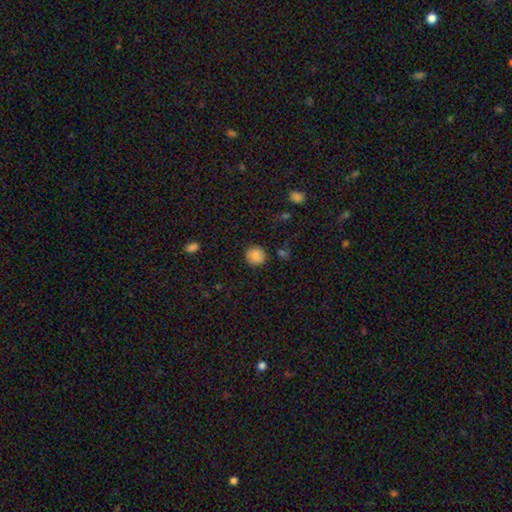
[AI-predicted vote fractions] smooth_or_featured: smooth (p=0.85) [alt: star or artifact p=0.09]
how_rounded: round (p=0.88) [alt: in between p=0.11]
merging: none (p=0.85) [alt: minor disturbance p=0.10]